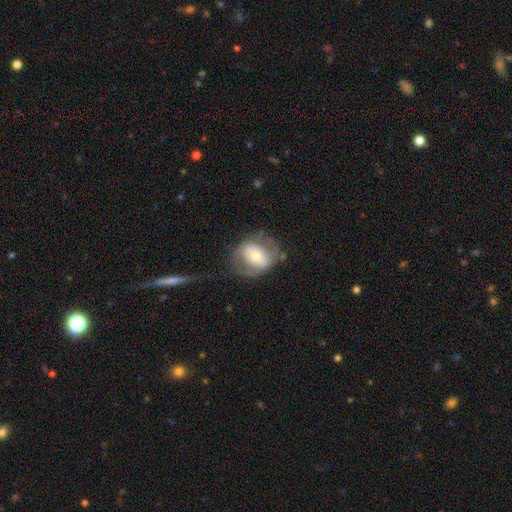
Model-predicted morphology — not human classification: This appears to be a featured or disk galaxy (48%). Merging: none (55%).